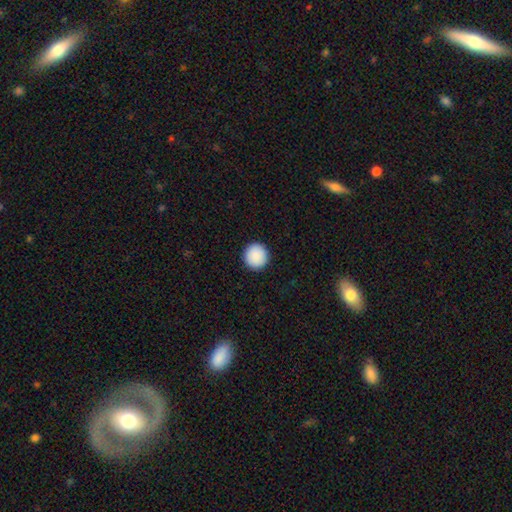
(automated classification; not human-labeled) Smooth or featured?
  - smooth: 90% *
  - star or artifact: 7%
  - featured or disk: 3%
How rounded?
  - round: 95% *
  - in between: 4%
  - cigar-shaped: 1%
Merging?
  - none: 93% *
  - minor disturbance: 4%
  - major disturbance: 1%
  - merger: 1%